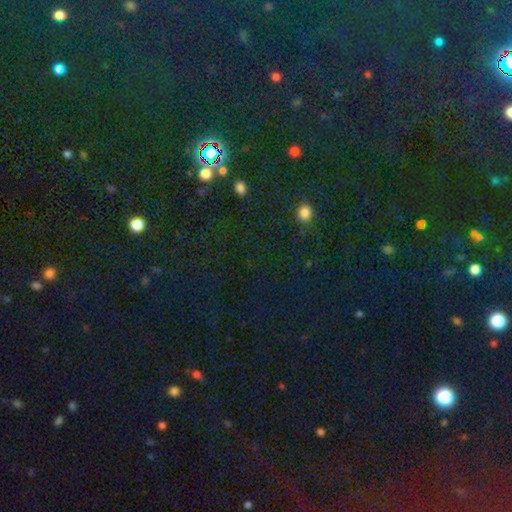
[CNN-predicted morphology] smooth-or-featured: star or artifact: 73% | smooth: 19% | featured or disk: 7%